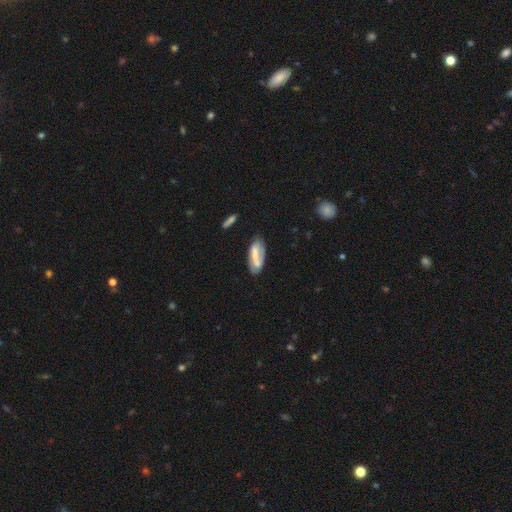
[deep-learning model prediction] Q: Smooth or featured?
A: smooth (48%); runner-up: featured or disk (45%)
Q: Merging?
A: none (62%); runner-up: minor disturbance (24%)